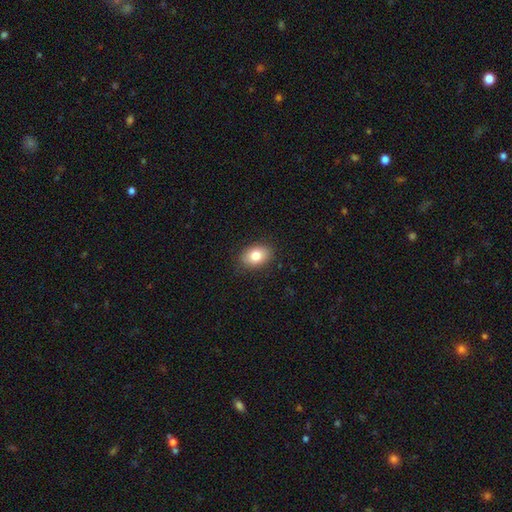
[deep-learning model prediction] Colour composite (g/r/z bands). It shows a smooth galaxy with no disk features (81%) that is in between round and cigar-shaped (81%). Merging: none (88%).